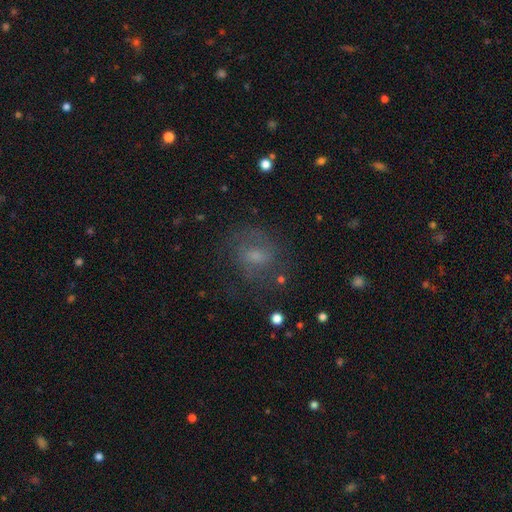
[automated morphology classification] smooth_or_featured: smooth (p=0.44) [alt: featured or disk p=0.38]
merging: none (p=0.67) [alt: minor disturbance p=0.18]